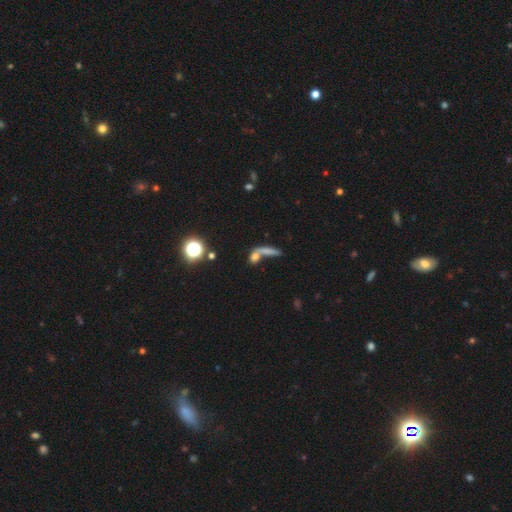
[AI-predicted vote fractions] The model was most divided on "how rounded": cigar-shaped: 38%, in between: 36%, round: 26%. Remaining: smooth or featured — smooth (61%); merging — merger (49%).